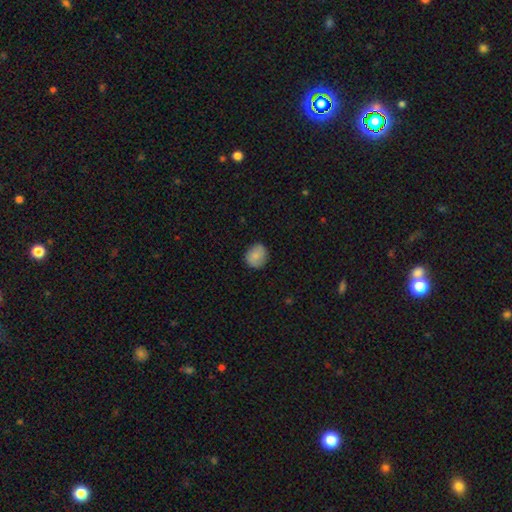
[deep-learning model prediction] Morphology: type=smooth (82%); roundness=round (78%); merging=none (84%).